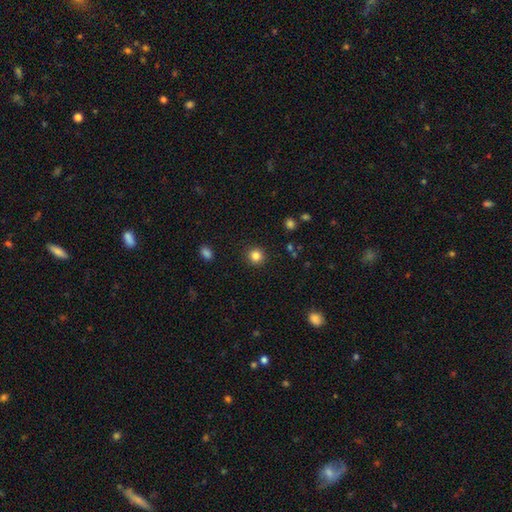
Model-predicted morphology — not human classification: The model was most divided on "smooth or featured": smooth: 83%, star or artifact: 12%, featured or disk: 5%. More confident: how rounded — round (92%); merging — none (91%).